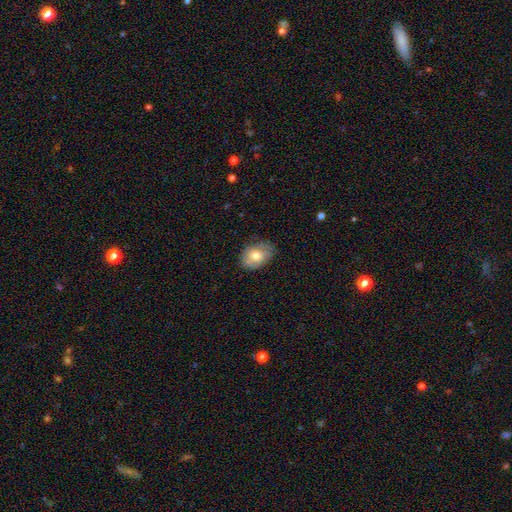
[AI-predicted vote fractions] Morphology: type=smooth (72%); roundness=in between (73%); merging=none (73%).